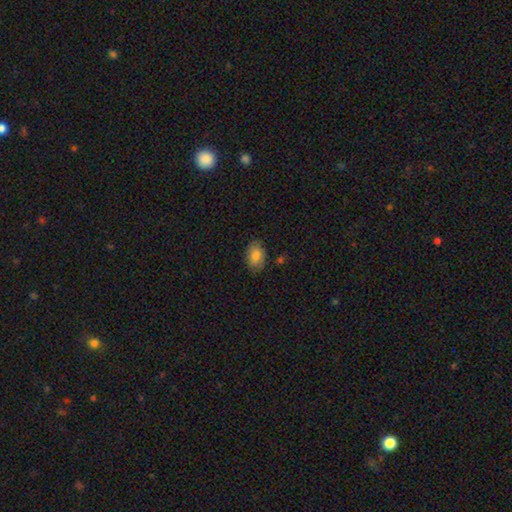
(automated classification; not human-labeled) smooth-or-featured: smooth: 84% | featured or disk: 9% | star or artifact: 7%
  how-rounded: in between: 85% | round: 13% | cigar-shaped: 1%
  merging: none: 83% | minor disturbance: 13% | major disturbance: 3% | merger: 2%